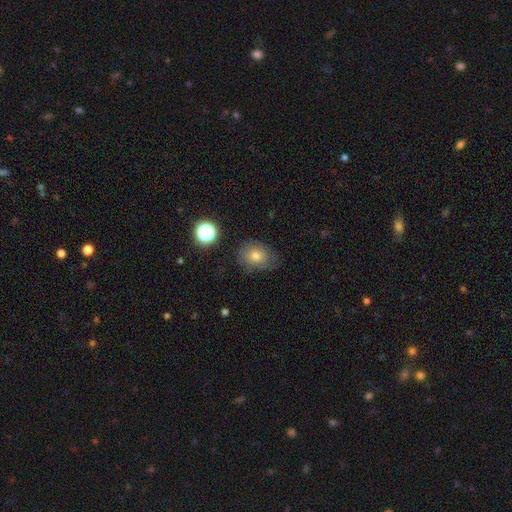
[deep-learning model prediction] The model was most divided on "how rounded": round: 56%, in between: 43%, cigar-shaped: 1%. More confident: merging — none (70%); smooth or featured — smooth (66%).